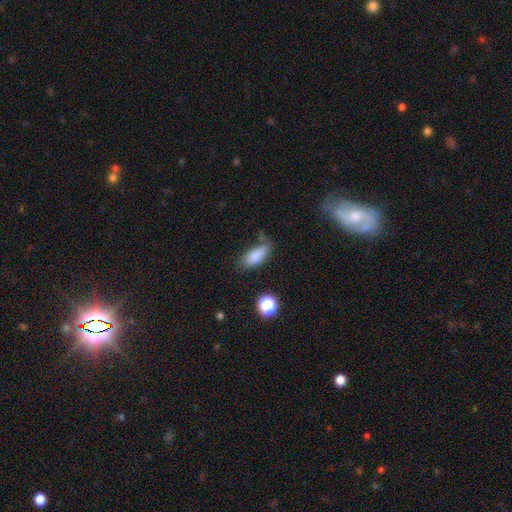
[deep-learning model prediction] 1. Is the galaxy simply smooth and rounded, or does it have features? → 83% smooth, 9% star or artifact, 8% featured or disk.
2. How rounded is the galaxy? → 81% in between, 15% cigar-shaped, 4% round.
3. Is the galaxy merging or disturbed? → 55% none, 29% minor disturbance, 11% major disturbance, 6% merger.